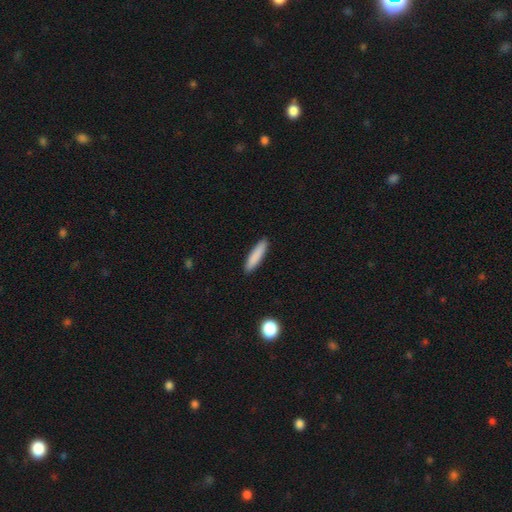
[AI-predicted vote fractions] smooth_or_featured: smooth (p=0.86) [alt: featured or disk p=0.08]
how_rounded: cigar-shaped (p=0.81) [alt: in between p=0.18]
merging: none (p=0.91) [alt: minor disturbance p=0.07]